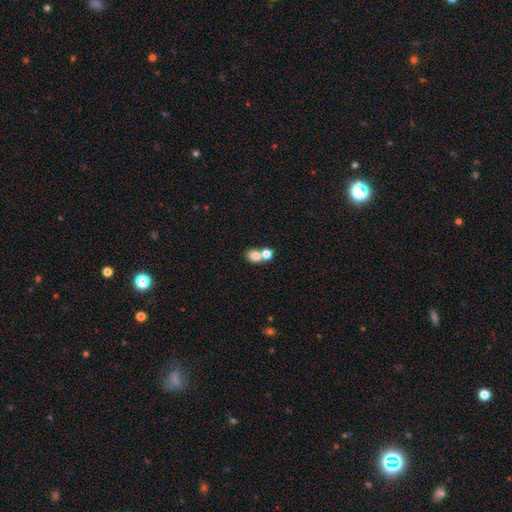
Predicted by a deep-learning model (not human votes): Overall: smooth (77%). How rounded: round (58%; in between 41%). Merging: merger (56%; none 35%).